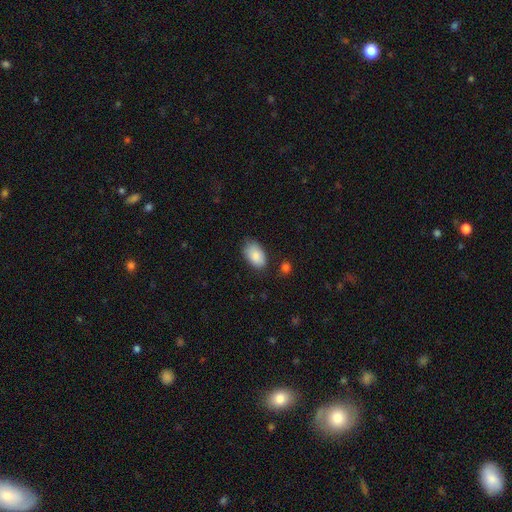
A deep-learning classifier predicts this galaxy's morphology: smooth_or_featured: smooth (p=0.87) [alt: featured or disk p=0.07]
how_rounded: in between (p=0.93) [alt: round p=0.06]
merging: none (p=0.73) [alt: minor disturbance p=0.21]